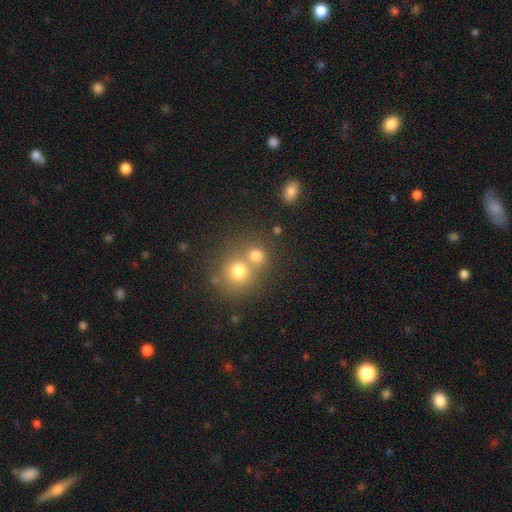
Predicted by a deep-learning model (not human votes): Overall: smooth (75%). How rounded: round (85%). Merging: none (48%; merger 42%).